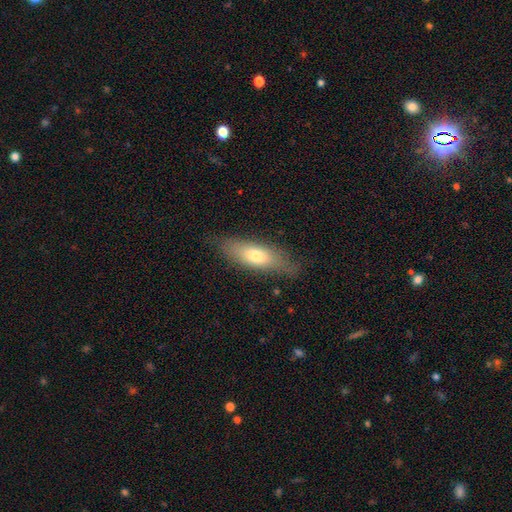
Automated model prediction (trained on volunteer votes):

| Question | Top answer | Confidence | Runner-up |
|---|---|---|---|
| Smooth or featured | smooth | 66% | featured or disk (27%) |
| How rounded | in between | 52% | cigar-shaped (46%) |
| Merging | none | 79% | minor disturbance (15%) |